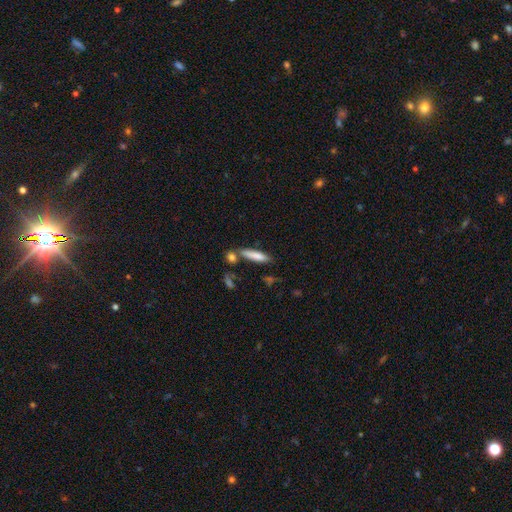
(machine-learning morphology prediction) smooth 78%, featured or disk 15%, star or artifact 7%. Down the decision tree: how rounded — cigar-shaped (79%); merging — none (69%).